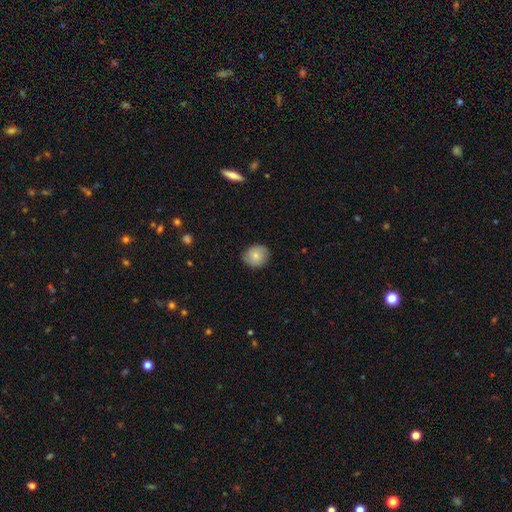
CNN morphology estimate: This appears to be a smooth galaxy with no disk features (71%) that is round (78%). Merging: none (77%).